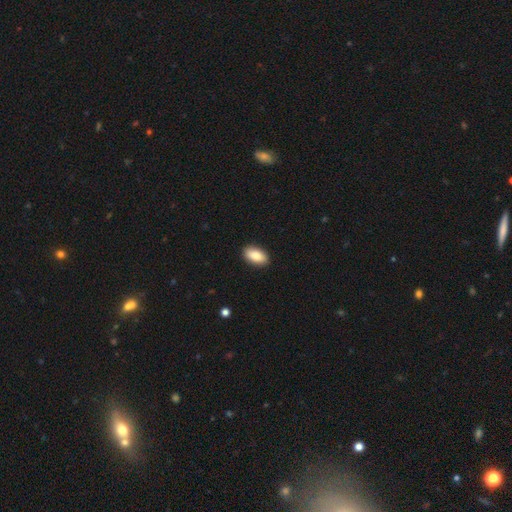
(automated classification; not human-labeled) Smooth or featured: smooth — 87% (featured or disk — 7%)
How rounded: in between — 93% (round — 4%)
Merging: none — 89% (minor disturbance — 8%)